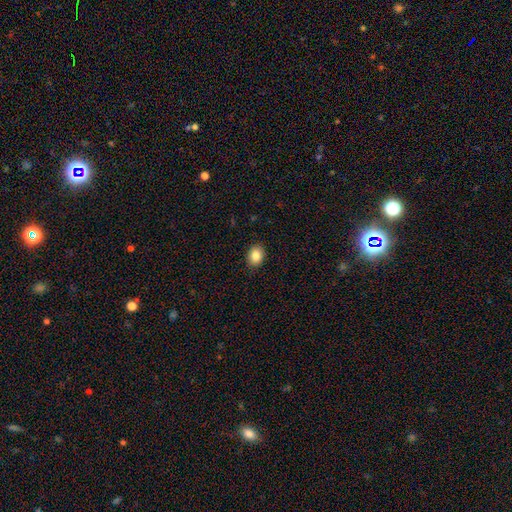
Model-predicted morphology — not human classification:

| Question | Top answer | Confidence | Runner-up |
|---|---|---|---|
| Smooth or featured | smooth | 85% | star or artifact (9%) |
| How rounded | in between | 60% | round (39%) |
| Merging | none | 89% | minor disturbance (8%) |